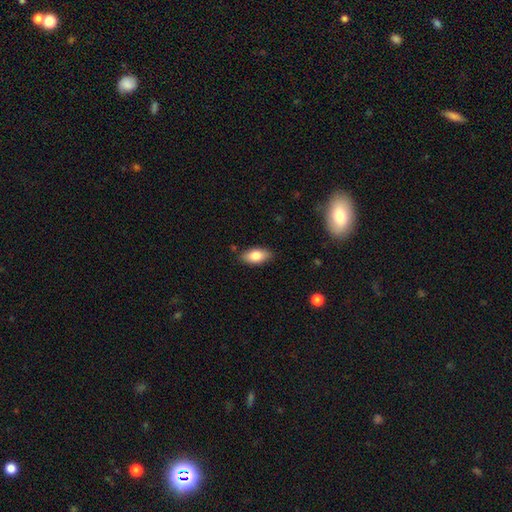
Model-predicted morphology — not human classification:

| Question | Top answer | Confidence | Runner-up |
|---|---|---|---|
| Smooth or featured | smooth | 81% | featured or disk (12%) |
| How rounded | in between | 91% | cigar-shaped (6%) |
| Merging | none | 85% | minor disturbance (11%) |